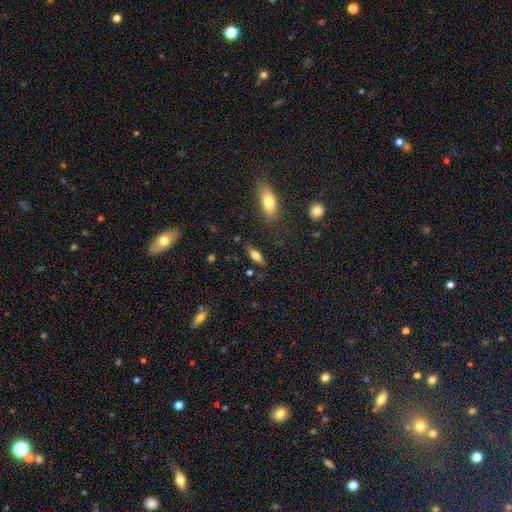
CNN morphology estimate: This appears to be a smooth galaxy with no disk features (55%) that is in between round and cigar-shaped (61%). Merging: none (81%).